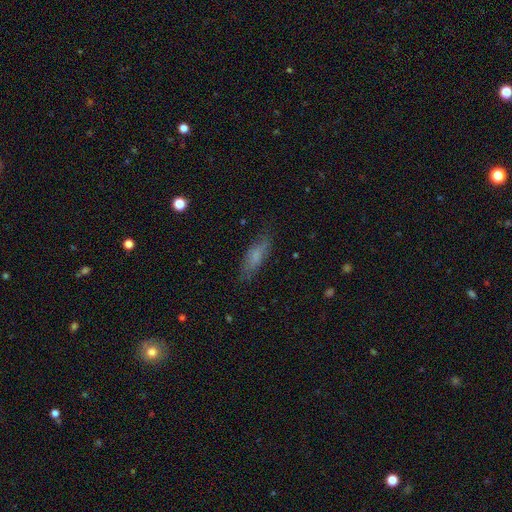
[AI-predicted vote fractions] A smooth galaxy with no disk features (69%) that is cigar-shaped (49%). Merging: none (76%).